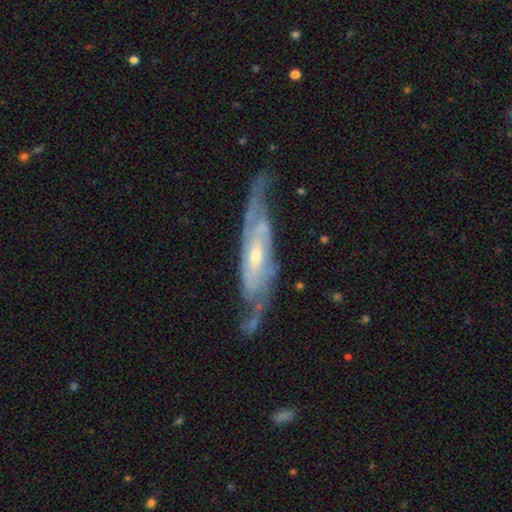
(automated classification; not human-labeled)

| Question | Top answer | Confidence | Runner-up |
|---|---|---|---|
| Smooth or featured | featured or disk | 88% | smooth (7%) |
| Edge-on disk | no | 76% | yes (24%) |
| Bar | weak | 42% | no (38%) |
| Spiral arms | yes | 96% | no (4%) |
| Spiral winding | tight | 44% | medium (43%) |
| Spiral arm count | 2 | 69% | can't tell (17%) |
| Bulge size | small | 56% | moderate (39%) |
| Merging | none | 70% | minor disturbance (19%) |